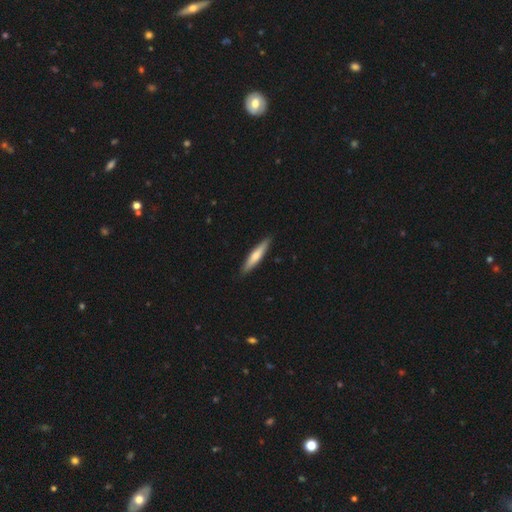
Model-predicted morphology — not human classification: Smooth or featured? Predicted: smooth (p=0.61). How rounded? Predicted: cigar-shaped (p=0.88). Merging? Predicted: none (p=0.90).